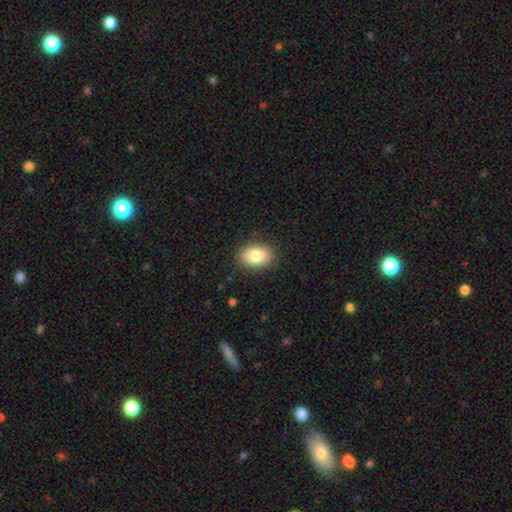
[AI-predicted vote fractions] smooth 83%, featured or disk 9%, star or artifact 8%. Down the decision tree: how rounded — in between (78%); merging — none (87%).